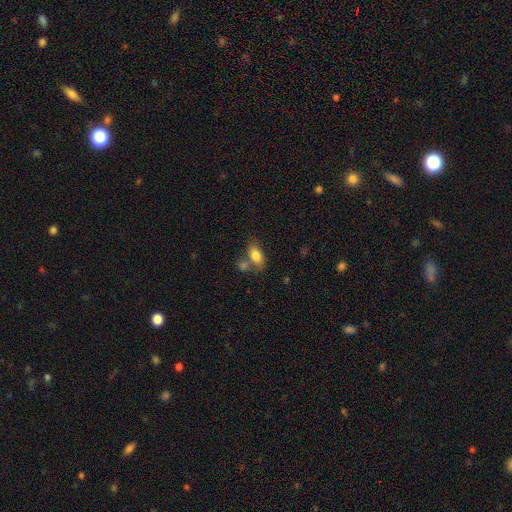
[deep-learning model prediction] This is clearly a smooth galaxy (81%). How rounded: clearly in between (87%). Merging: possibly none (54%).